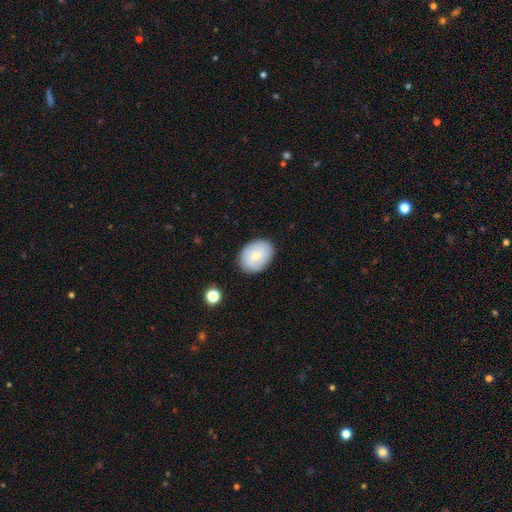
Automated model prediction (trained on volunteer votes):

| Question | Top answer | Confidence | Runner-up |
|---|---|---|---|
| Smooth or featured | smooth | 66% | featured or disk (27%) |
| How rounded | in between | 66% | round (34%) |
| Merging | none | 85% | minor disturbance (11%) |